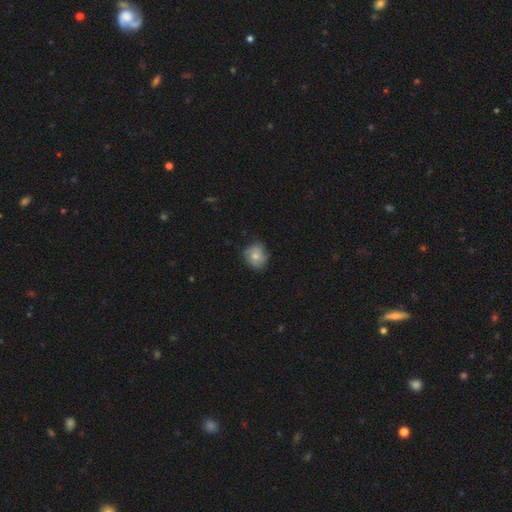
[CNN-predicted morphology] This appears to be a smooth galaxy with no disk features (61%) that is round (76%). Merging: none (68%).